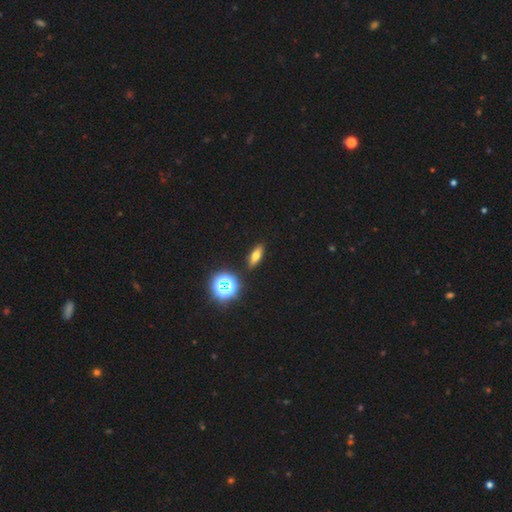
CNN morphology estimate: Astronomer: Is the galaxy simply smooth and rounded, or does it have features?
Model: smooth — 64%.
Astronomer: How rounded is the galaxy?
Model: in between — 61%.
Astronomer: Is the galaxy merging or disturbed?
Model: none — 90%.